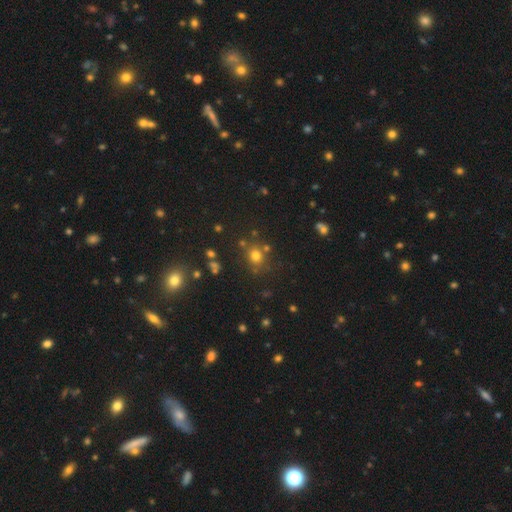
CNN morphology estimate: A smooth galaxy with no disk features (71%) that is round (77%). Merging: none (74%).